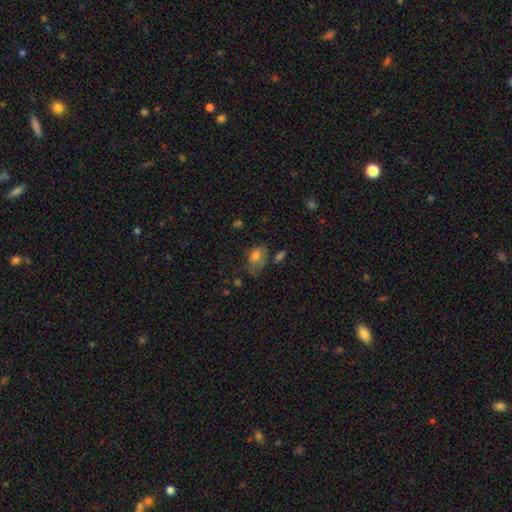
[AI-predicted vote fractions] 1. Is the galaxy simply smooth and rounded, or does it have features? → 73% smooth, 17% featured or disk, 10% star or artifact.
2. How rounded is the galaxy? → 83% in between, 16% round, 2% cigar-shaped.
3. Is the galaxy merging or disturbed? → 37% none, 34% minor disturbance, 22% major disturbance, 7% merger.